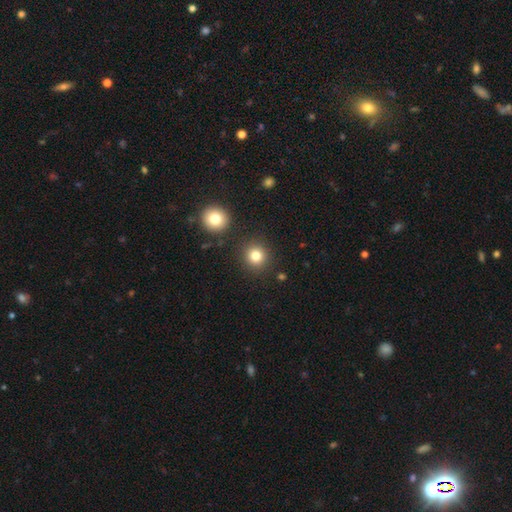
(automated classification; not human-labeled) Smooth or featured: smooth — 81% (star or artifact — 12%)
How rounded: round — 91% (in between — 8%)
Merging: none — 87% (minor disturbance — 6%)